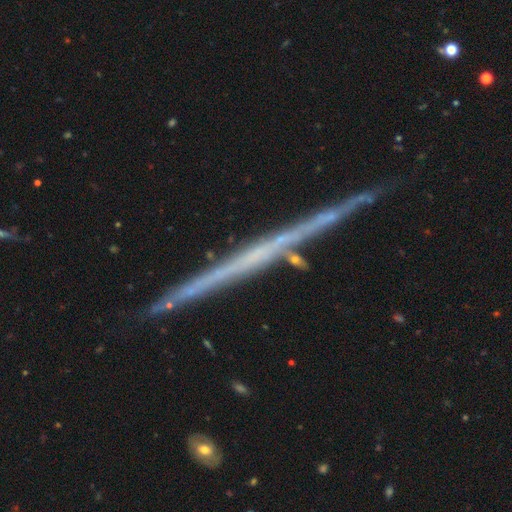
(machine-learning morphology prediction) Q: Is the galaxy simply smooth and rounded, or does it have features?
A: featured or disk — 74%.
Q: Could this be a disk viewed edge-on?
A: yes — 98%.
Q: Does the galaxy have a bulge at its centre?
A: none — 89%.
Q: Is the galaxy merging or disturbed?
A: none — 89%.